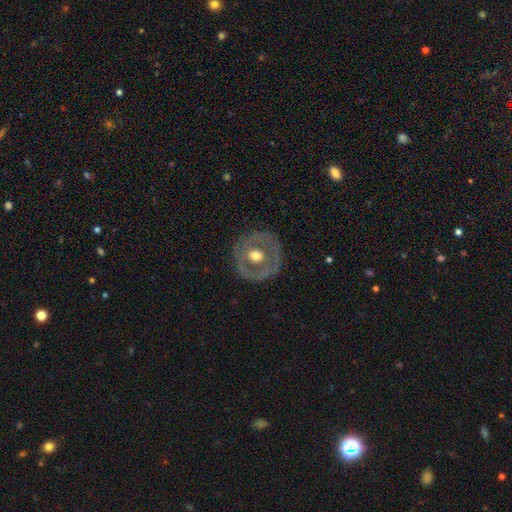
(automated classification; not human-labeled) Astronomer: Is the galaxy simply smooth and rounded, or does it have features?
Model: featured or disk — 60% (runner-up: smooth, 35%).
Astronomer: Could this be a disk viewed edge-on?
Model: no — 95%.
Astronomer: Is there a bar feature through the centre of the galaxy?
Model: no — 80%.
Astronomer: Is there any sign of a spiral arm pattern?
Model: no — 80%.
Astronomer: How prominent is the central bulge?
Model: moderate — 76%.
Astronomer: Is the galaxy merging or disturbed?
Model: none — 79%.